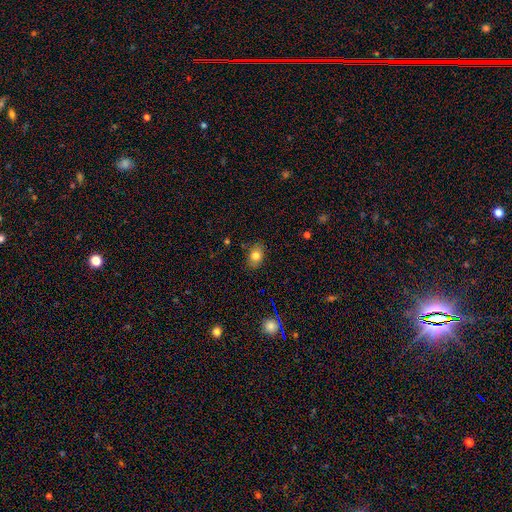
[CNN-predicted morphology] Smooth or featured? smooth (79%)
How rounded? in between (75%)
Merging? none (84%)